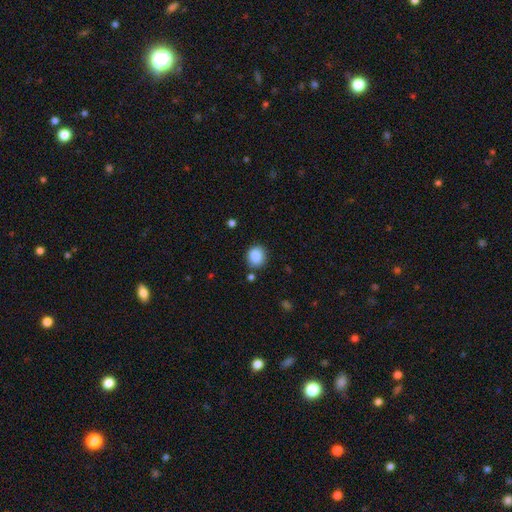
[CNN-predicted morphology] Overall: smooth (87%). How rounded: round (81%). Merging: none (83%).